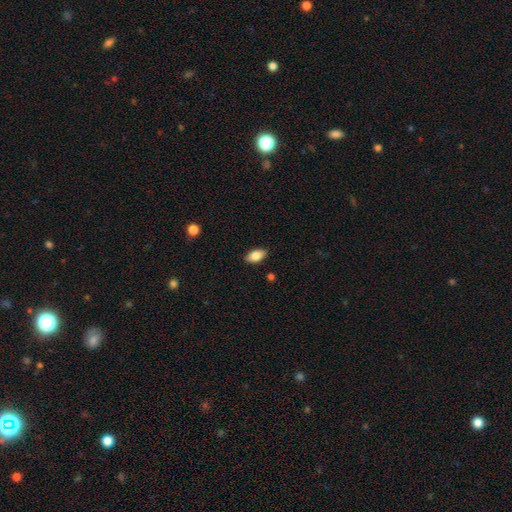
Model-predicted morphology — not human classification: smooth_or_featured: smooth (p=0.81) [alt: featured or disk p=0.12]
how_rounded: in between (p=0.91) [alt: cigar-shaped p=0.05]
merging: none (p=0.85) [alt: minor disturbance p=0.11]